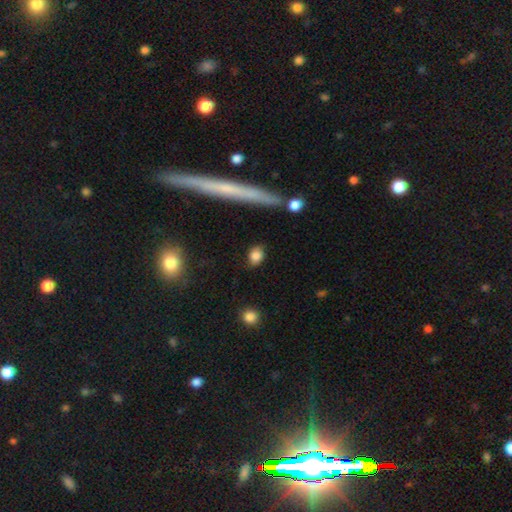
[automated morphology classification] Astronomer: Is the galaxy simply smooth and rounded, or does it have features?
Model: smooth — 83%.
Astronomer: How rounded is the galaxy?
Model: in between — 61%.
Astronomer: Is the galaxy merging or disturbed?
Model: none — 78%.